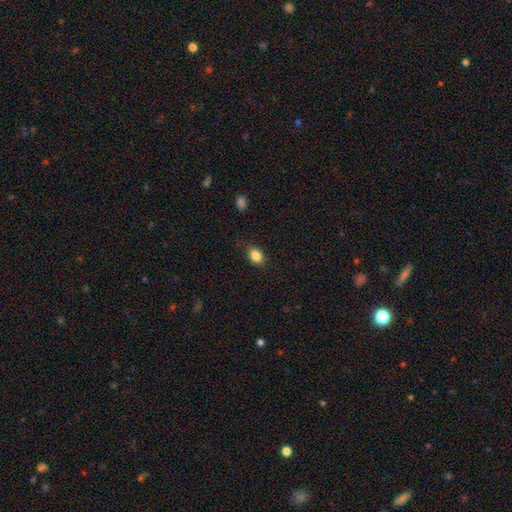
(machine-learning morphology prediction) Smooth or featured? Predicted: smooth (p=0.85). How rounded? Predicted: in between (p=0.67). Merging? Predicted: none (p=0.80).